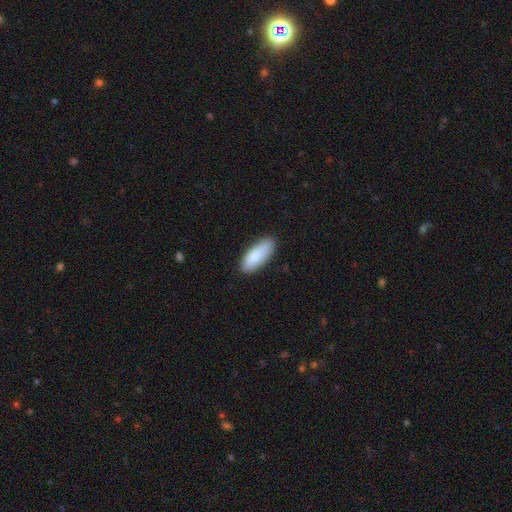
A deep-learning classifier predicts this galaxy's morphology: smooth-or-featured: smooth: 87% | featured or disk: 8% | star or artifact: 6%
  how-rounded: in between: 77% | cigar-shaped: 21% | round: 2%
  merging: none: 86% | minor disturbance: 11% | major disturbance: 2% | merger: 1%